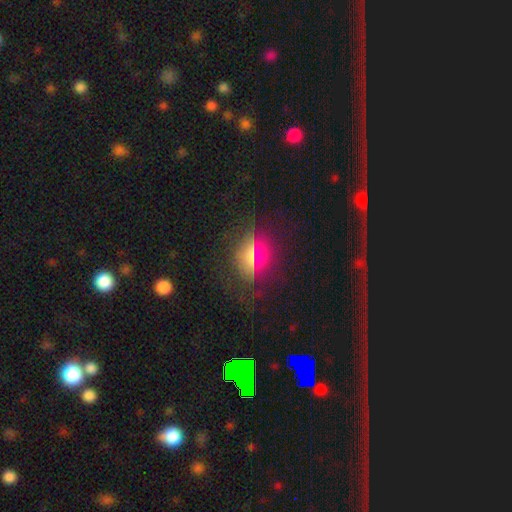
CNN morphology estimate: A smooth galaxy with no disk features (46%).

Vote fractions:
- Smooth or featured? smooth: 46% / star or artifact: 32% / featured or disk: 22%
- Merging? none: 79% / minor disturbance: 12% / major disturbance: 6% / merger: 3%